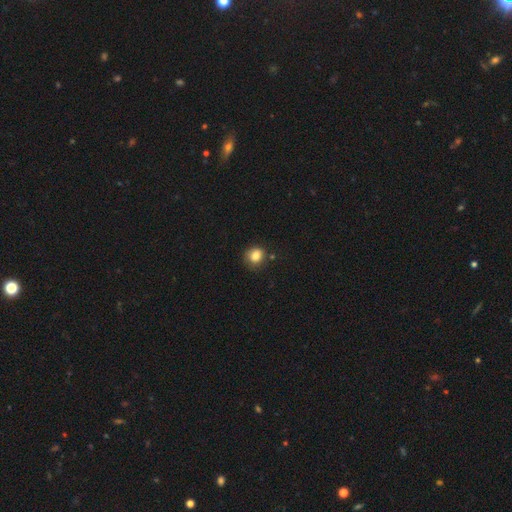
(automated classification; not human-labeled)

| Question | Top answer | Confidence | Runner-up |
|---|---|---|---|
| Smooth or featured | smooth | 83% | star or artifact (11%) |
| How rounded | round | 80% | in between (19%) |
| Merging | none | 75% | minor disturbance (17%) |